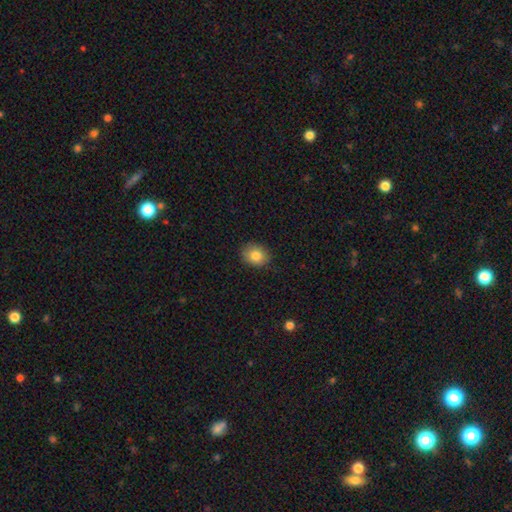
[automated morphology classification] The model was most divided on "how rounded": round: 53%, in between: 46%, cigar-shaped: 1%. More confident: merging — none (87%); smooth or featured — smooth (83%).